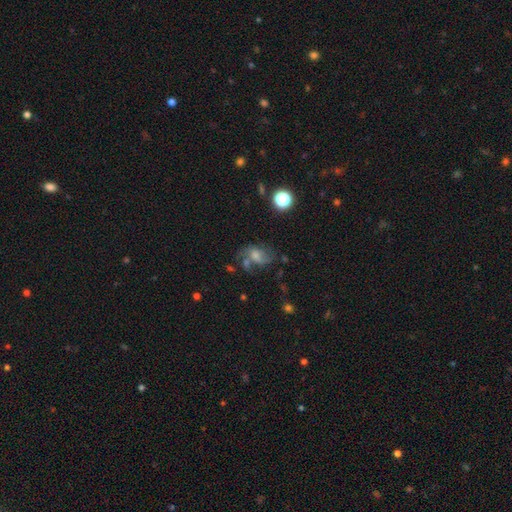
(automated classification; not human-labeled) This is possibly a featured or disk galaxy (49%). Merging: possibly none (49%).